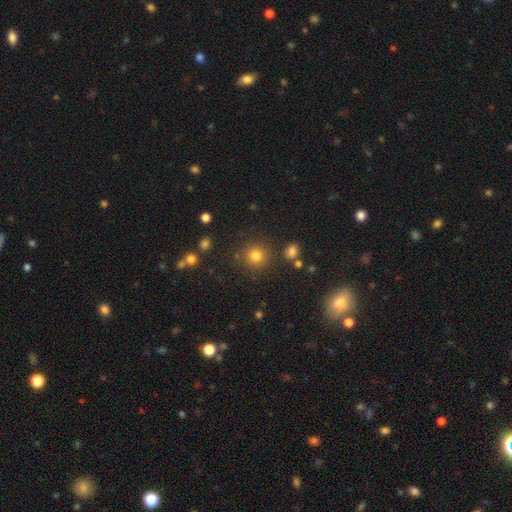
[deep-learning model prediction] A smooth galaxy with no disk features (79%) that is round (93%).

Vote fractions:
- Smooth or featured? smooth: 79% / star or artifact: 15% / featured or disk: 6%
- How rounded? round: 93% / in between: 6% / cigar-shaped: 1%
- Merging? none: 85% / minor disturbance: 7% / merger: 4% / major disturbance: 3%